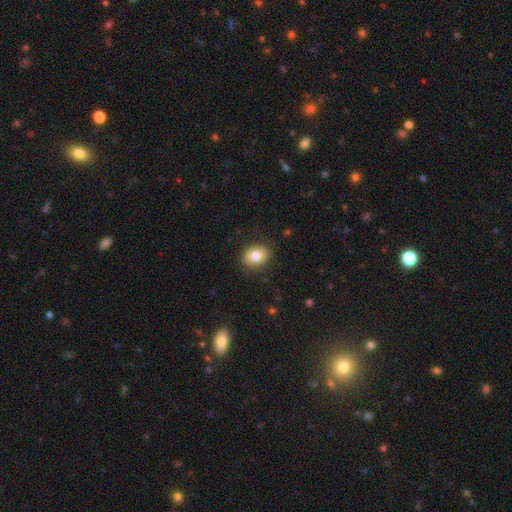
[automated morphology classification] A smooth galaxy with no disk features (81%) that is in between round and cigar-shaped (60%). Merging: none (86%).